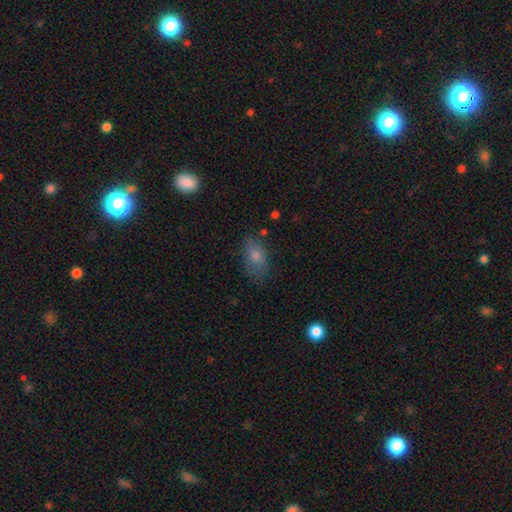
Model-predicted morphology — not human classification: This appears to be a smooth galaxy with no disk features (72%) that is in between round and cigar-shaped (85%). Merging: none (68%).